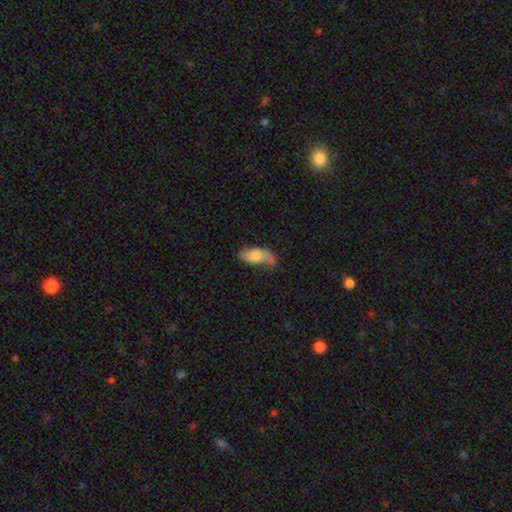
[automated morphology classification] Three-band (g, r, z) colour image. It shows a smooth galaxy with no disk features (68%) that is in between round and cigar-shaped (88%). Merging: none (42%).